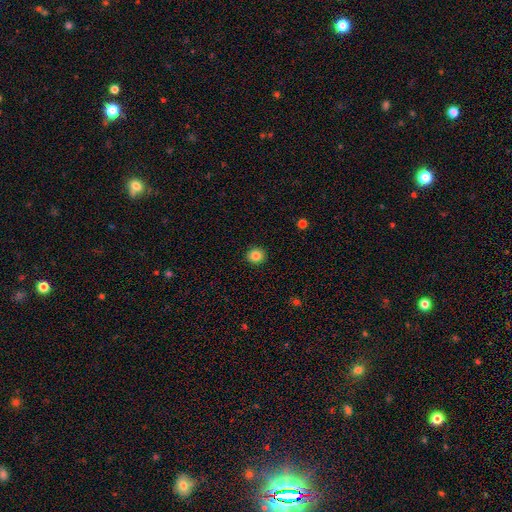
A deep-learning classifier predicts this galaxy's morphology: Smooth or featured?
  - smooth: 86% *
  - star or artifact: 10%
  - featured or disk: 4%
How rounded?
  - round: 90% *
  - in between: 9%
  - cigar-shaped: 1%
Merging?
  - none: 92% *
  - minor disturbance: 5%
  - major disturbance: 2%
  - merger: 1%